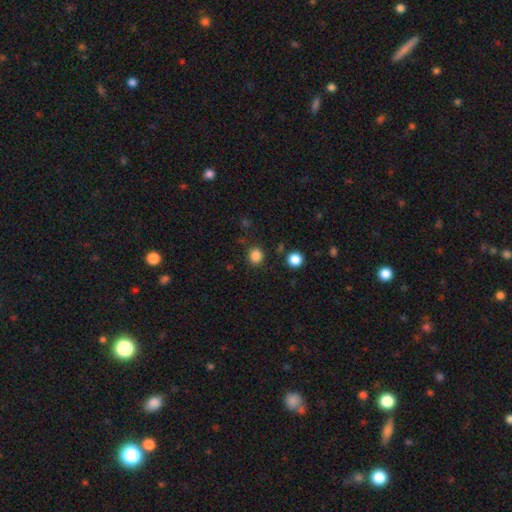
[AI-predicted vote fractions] smooth_or_featured: smooth (p=0.84) [alt: star or artifact p=0.13]
how_rounded: round (p=0.83) [alt: in between p=0.16]
merging: none (p=0.86) [alt: minor disturbance p=0.08]